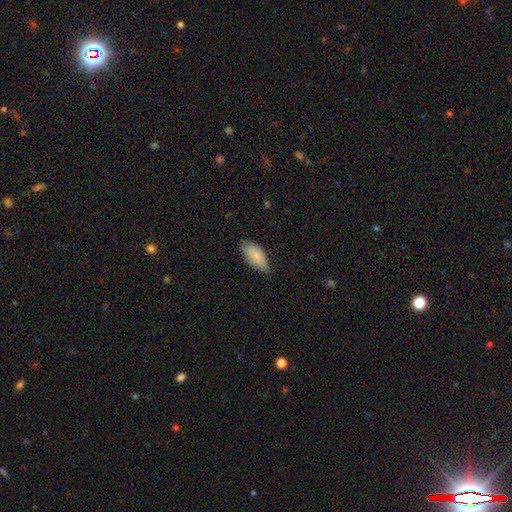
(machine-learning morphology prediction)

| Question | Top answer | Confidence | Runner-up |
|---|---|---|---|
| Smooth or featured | smooth | 86% | featured or disk (8%) |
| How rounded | in between | 91% | cigar-shaped (7%) |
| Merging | none | 71% | minor disturbance (24%) |